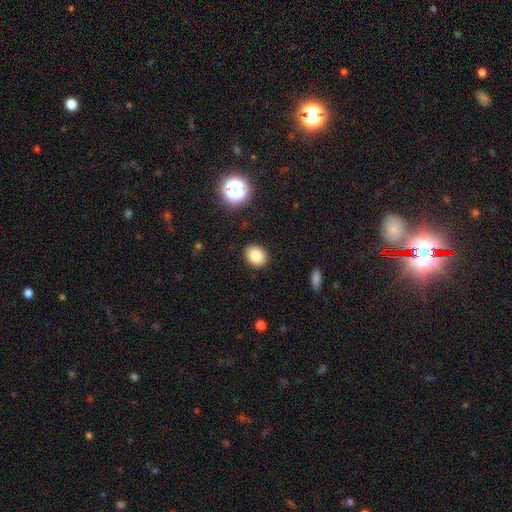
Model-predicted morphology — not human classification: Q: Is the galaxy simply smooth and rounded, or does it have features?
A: smooth — 83%.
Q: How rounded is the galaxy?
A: round — 53%.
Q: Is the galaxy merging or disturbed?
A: none — 89%.